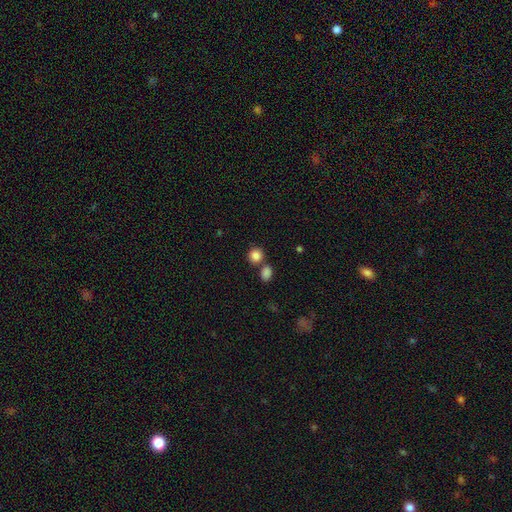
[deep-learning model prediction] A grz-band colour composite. It shows a smooth galaxy with no disk features (86%) that is round (84%). Merging: none (64%).